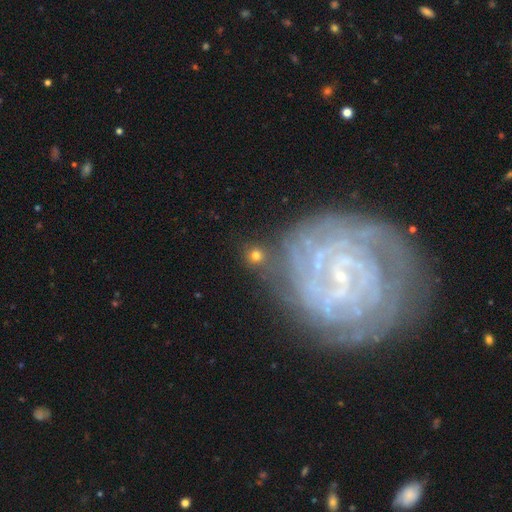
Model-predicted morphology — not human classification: Smooth or featured? smooth (69%)
How rounded? round (90%)
Merging? none (77%)